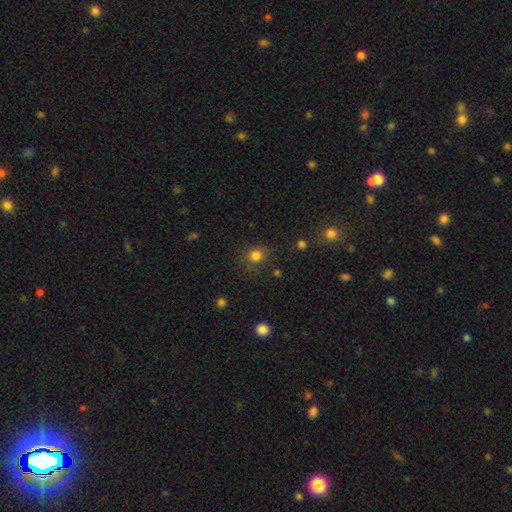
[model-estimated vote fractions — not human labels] Q: Smooth or featured?
A: smooth (81%); runner-up: star or artifact (14%)
Q: How rounded?
A: round (84%); runner-up: in between (15%)
Q: Merging?
A: none (77%); runner-up: minor disturbance (14%)